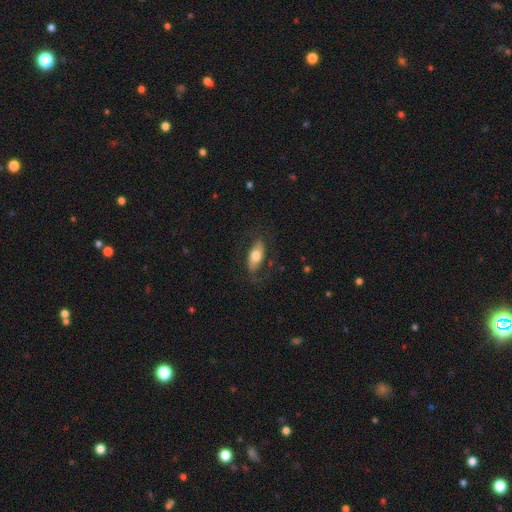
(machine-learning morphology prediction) Q: Smooth or featured?
A: smooth (60%); runner-up: featured or disk (34%)
Q: How rounded?
A: in between (85%); runner-up: cigar-shaped (11%)
Q: Merging?
A: none (73%); runner-up: minor disturbance (16%)